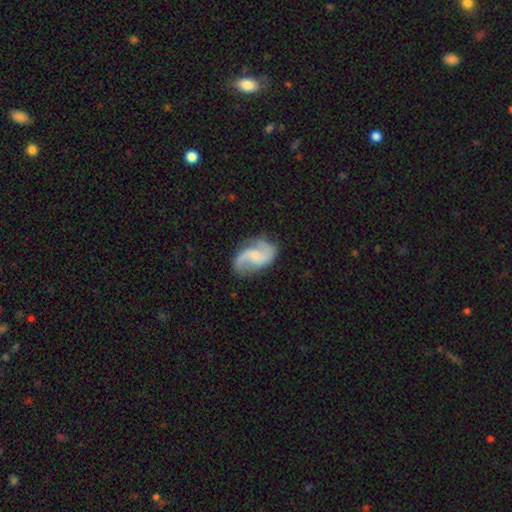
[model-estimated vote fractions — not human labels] Q: Smooth or featured?
A: featured or disk (80%); runner-up: smooth (14%)
Q: Edge-on disk?
A: no (98%); runner-up: yes (2%)
Q: Bar?
A: no (52%); runner-up: weak (39%)
Q: Spiral arms?
A: yes (96%); runner-up: no (4%)
Q: Spiral winding?
A: loose (56%); runner-up: medium (35%)
Q: Spiral arm count?
A: 2 (86%); runner-up: 1 (6%)
Q: Bulge size?
A: small (49%); runner-up: none (27%)
Q: Merging?
A: none (67%); runner-up: minor disturbance (20%)